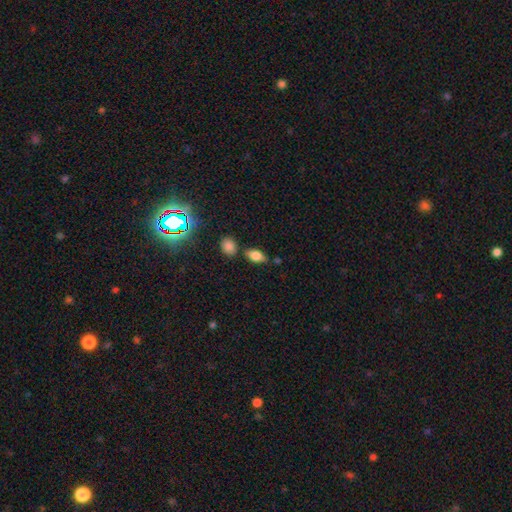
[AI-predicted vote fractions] The model was most divided on "merging": none: 71%, minor disturbance: 14%, merger: 11%, major disturbance: 4%. More confident: how rounded — in between (86%); smooth or featured — smooth (76%).